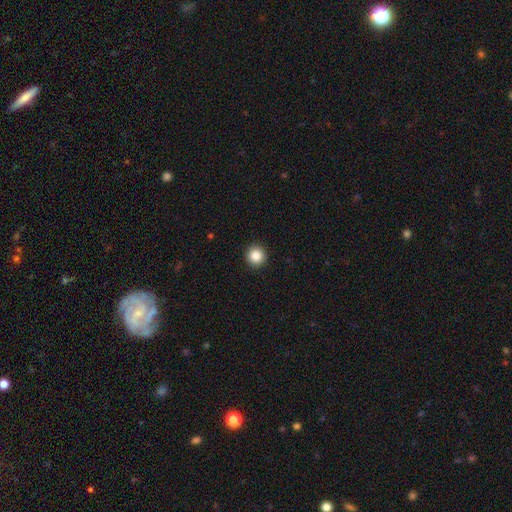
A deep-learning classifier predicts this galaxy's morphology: Overall: smooth (85%). How rounded: round (95%). Merging: none (93%).